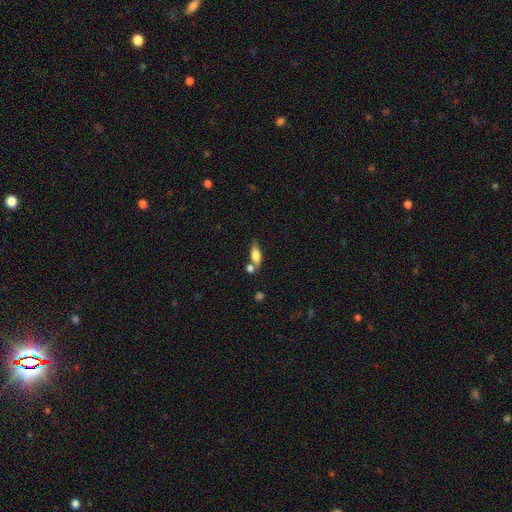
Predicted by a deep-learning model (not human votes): smooth 69%, featured or disk 23%, star or artifact 8%. Down the decision tree: how rounded — in between (65%); merging — none (57%).